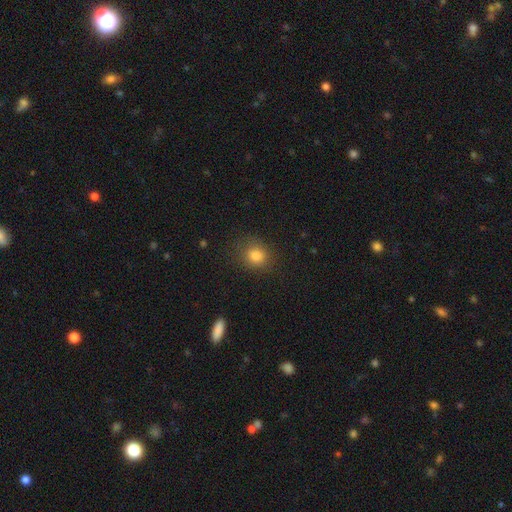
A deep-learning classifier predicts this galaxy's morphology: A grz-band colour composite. It shows a smooth galaxy with no disk features (83%) that is round (72%). Merging: none (81%).